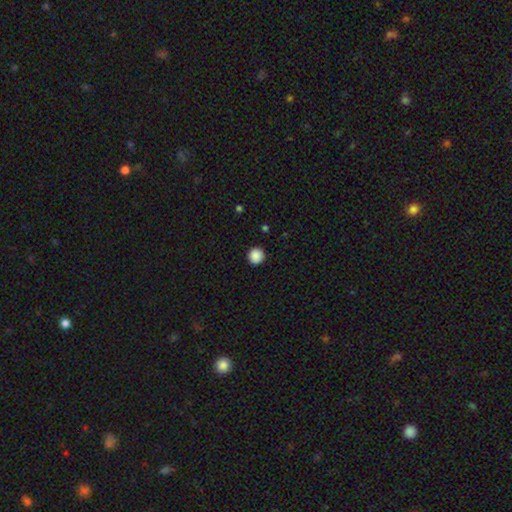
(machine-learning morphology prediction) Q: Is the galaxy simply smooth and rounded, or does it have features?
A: smooth — 88%.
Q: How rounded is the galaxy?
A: round — 95%.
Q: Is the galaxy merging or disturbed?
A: none — 92%.